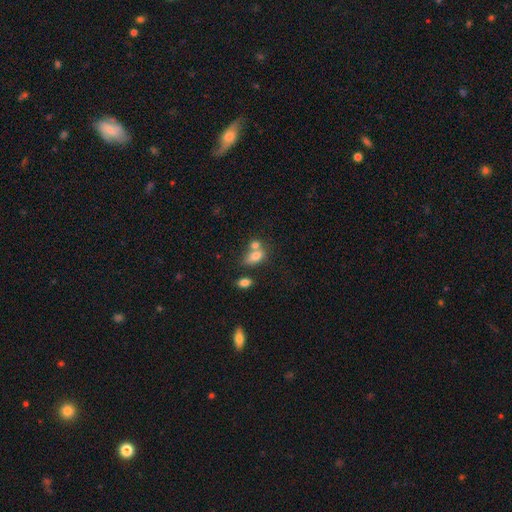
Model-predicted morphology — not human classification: A smooth galaxy with no disk features (75%) that is in between round and cigar-shaped (78%). Merging: merger (47%).